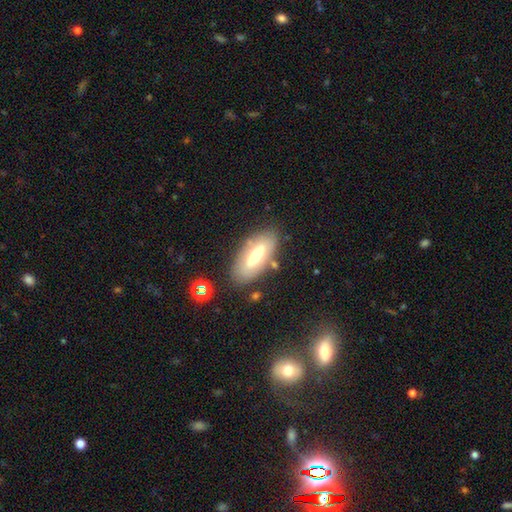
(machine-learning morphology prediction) The model was most divided on "smooth or featured": smooth: 49%, featured or disk: 44%, star or artifact: 8%. More confident: merging — none (77%).